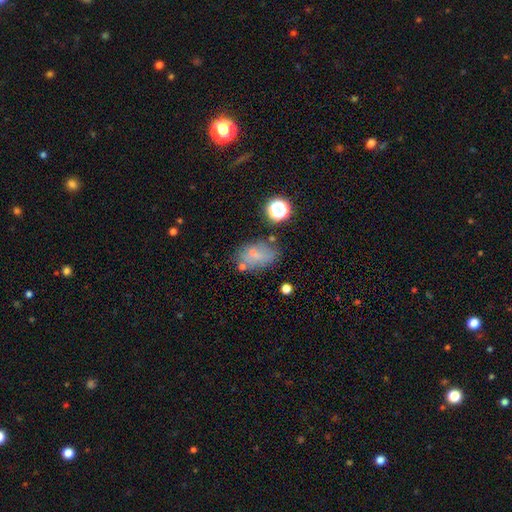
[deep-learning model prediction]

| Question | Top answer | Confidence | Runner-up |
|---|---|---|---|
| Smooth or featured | smooth | 45% | featured or disk (30%) |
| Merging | none | 62% | minor disturbance (21%) |